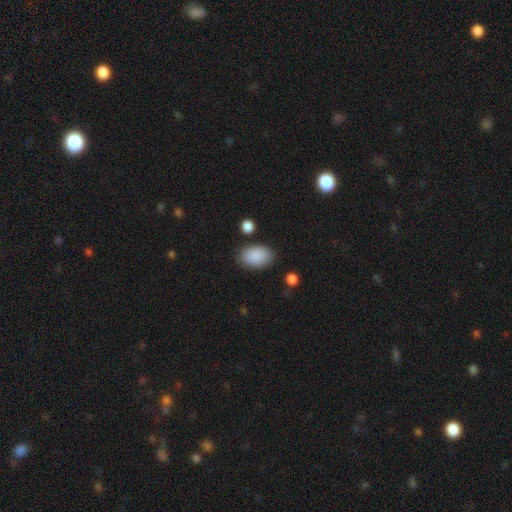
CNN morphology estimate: A smooth galaxy with no disk features (90%) that is in between round and cigar-shaped (91%). Merging: none (83%).